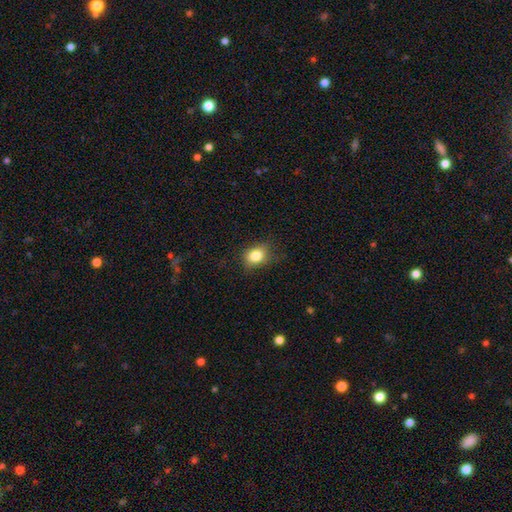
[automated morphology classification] The model was most divided on "how rounded": in between: 51%, round: 47%, cigar-shaped: 1%. More confident: smooth or featured — smooth (82%); merging — none (75%).